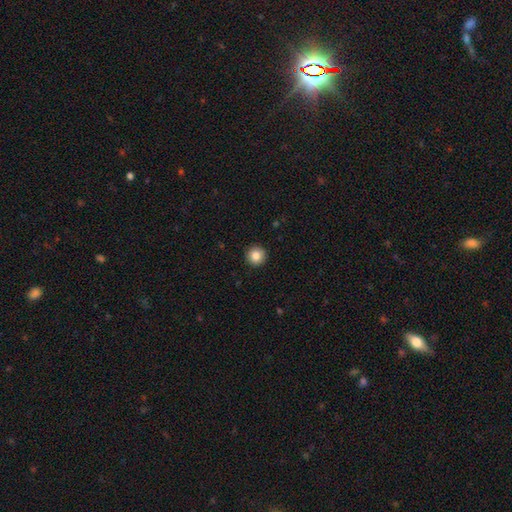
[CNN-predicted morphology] This appears to be a smooth galaxy with no disk features (85%) that is round (96%). Merging: none (93%).